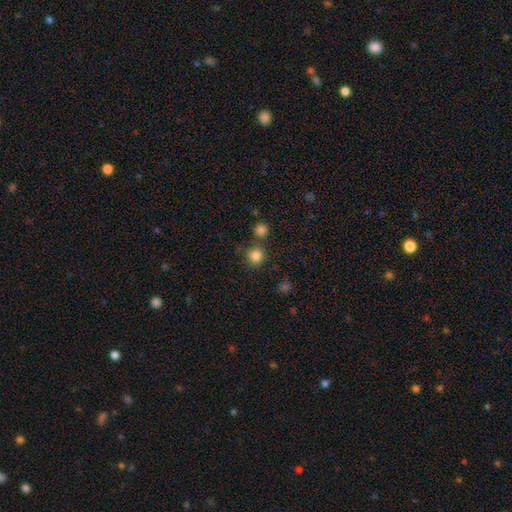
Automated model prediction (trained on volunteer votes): Smooth or featured?
  - smooth: 83% *
  - star or artifact: 13%
  - featured or disk: 5%
How rounded?
  - round: 88% *
  - in between: 11%
  - cigar-shaped: 1%
Merging?
  - none: 74% *
  - merger: 14%
  - minor disturbance: 9%
  - major disturbance: 3%